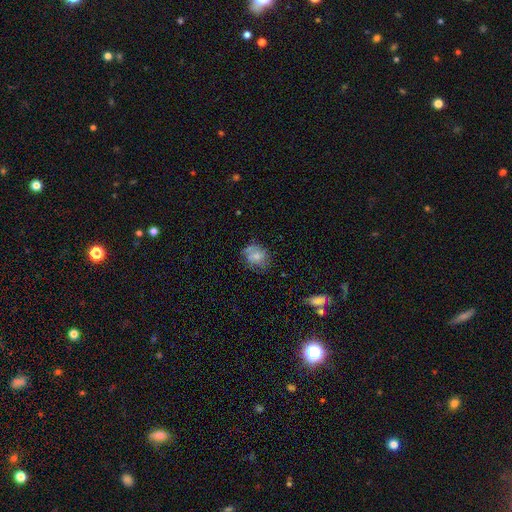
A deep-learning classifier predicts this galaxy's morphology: Smooth or featured? smooth (58%)
How rounded? round (52%)
Merging? none (54%)